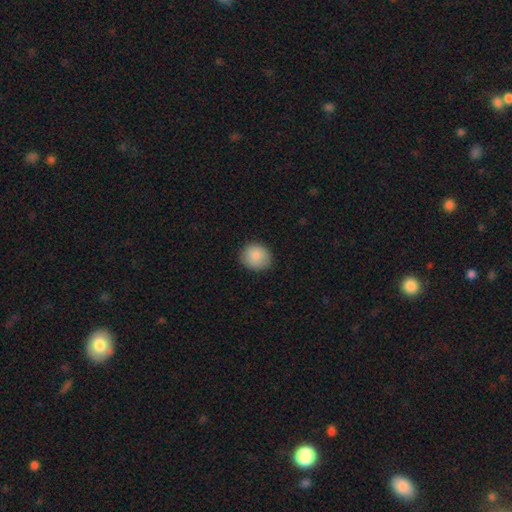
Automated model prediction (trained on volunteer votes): smooth-or-featured: smooth: 88% | star or artifact: 7% | featured or disk: 5%
  how-rounded: round: 81% | in between: 19% | cigar-shaped: 1%
  merging: none: 87% | minor disturbance: 10% | major disturbance: 2% | merger: 1%